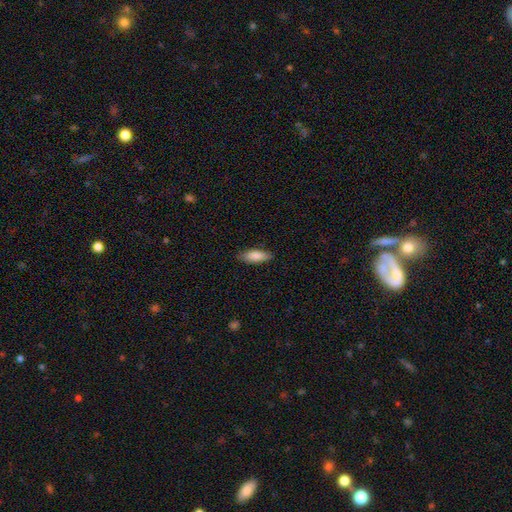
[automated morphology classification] The model was most divided on "how rounded": in between: 69%, cigar-shaped: 30%, round: 2%. More confident: smooth or featured — smooth (87%); merging — none (84%).